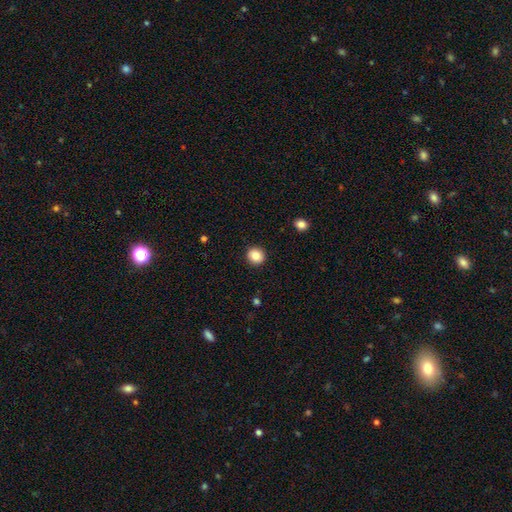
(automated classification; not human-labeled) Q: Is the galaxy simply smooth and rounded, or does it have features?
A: smooth — 85%.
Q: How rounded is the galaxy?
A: round — 89%.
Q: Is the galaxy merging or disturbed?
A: none — 92%.